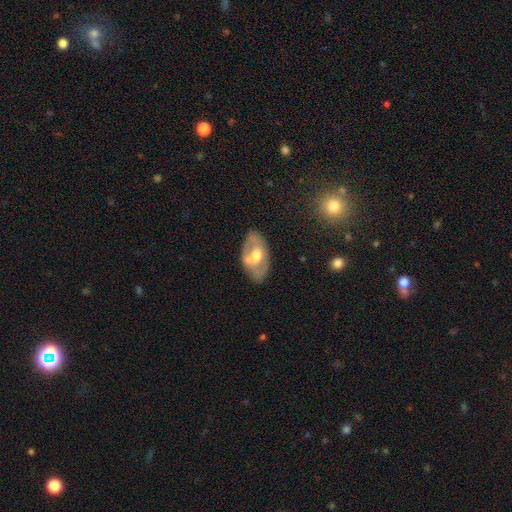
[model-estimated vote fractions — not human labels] Q: Smooth or featured?
A: featured or disk (59%); runner-up: smooth (35%)
Q: Edge-on disk?
A: no (90%); runner-up: yes (10%)
Q: Bar?
A: no (57%); runner-up: weak (32%)
Q: Spiral arms?
A: no (64%); runner-up: yes (36%)
Q: Bulge size?
A: moderate (70%); runner-up: large (14%)
Q: Merging?
A: none (70%); runner-up: minor disturbance (21%)